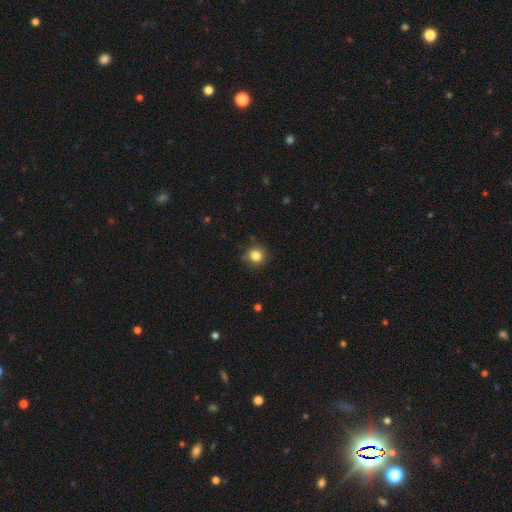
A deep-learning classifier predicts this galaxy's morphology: A smooth galaxy with no disk features (83%) that is round (90%). Merging: none (82%).